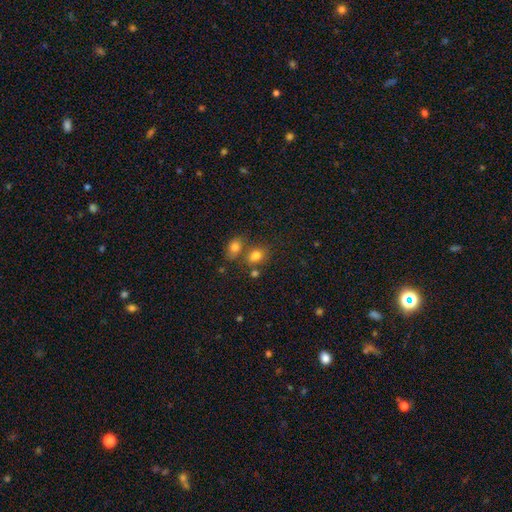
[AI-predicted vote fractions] This appears to be a smooth galaxy with no disk features (78%) that is in between round and cigar-shaped (61%). Merging: none (51%).